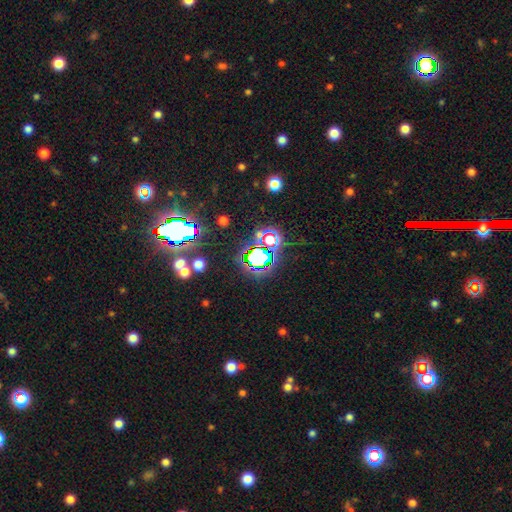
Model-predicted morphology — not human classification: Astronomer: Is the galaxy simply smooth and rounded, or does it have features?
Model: star or artifact — 68%.